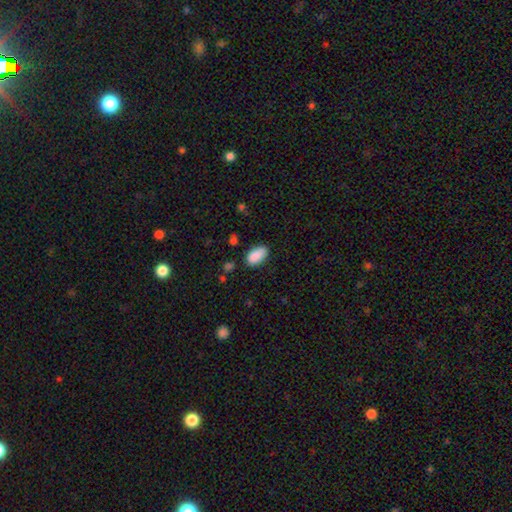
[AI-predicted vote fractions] Morphology: type=smooth (89%); roundness=in between (94%); merging=none (80%).